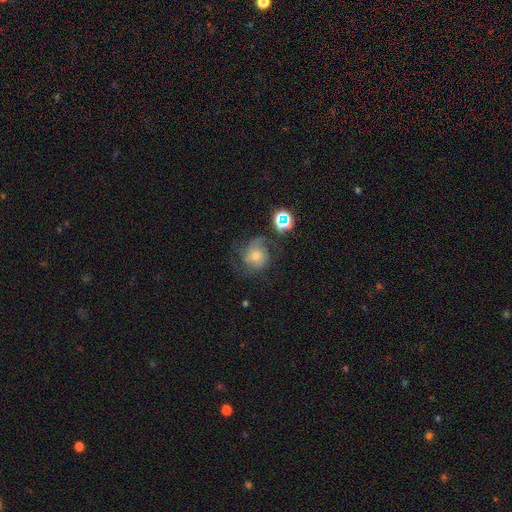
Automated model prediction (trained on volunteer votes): Smooth or featured: featured or disk — 59% (smooth — 26%)
Edge-on disk: no — 98% (yes — 2%)
Bar: no — 75% (weak — 22%)
Spiral arms: yes — 88% (no — 12%)
Spiral winding: medium — 43% (tight — 38%)
Spiral arm count: 2 — 31% (tied with can't tell — 31%)
Bulge size: moderate — 56% (small — 31%)
Merging: none — 57% (minor disturbance — 21%)